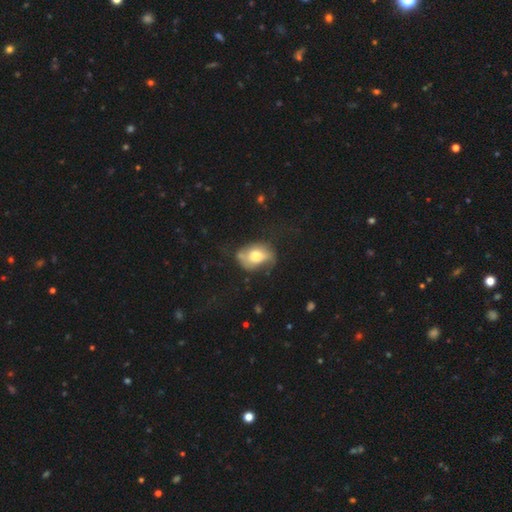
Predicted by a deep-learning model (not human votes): A smooth galaxy with no disk features (54%) that is in between round and cigar-shaped (77%). Merging: none (47%).